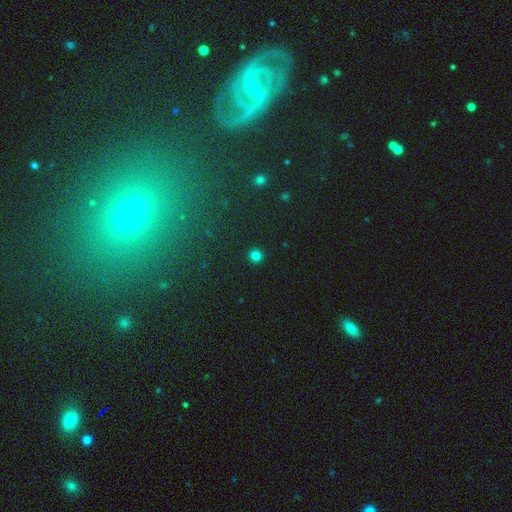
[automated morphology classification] A smooth galaxy with no disk features (81%) that is round (94%).

Vote fractions:
- Smooth or featured? smooth: 81% / star or artifact: 15% / featured or disk: 4%
- How rounded? round: 94% / in between: 5% / cigar-shaped: 1%
- Merging? none: 93% / minor disturbance: 4% / major disturbance: 2% / merger: 1%